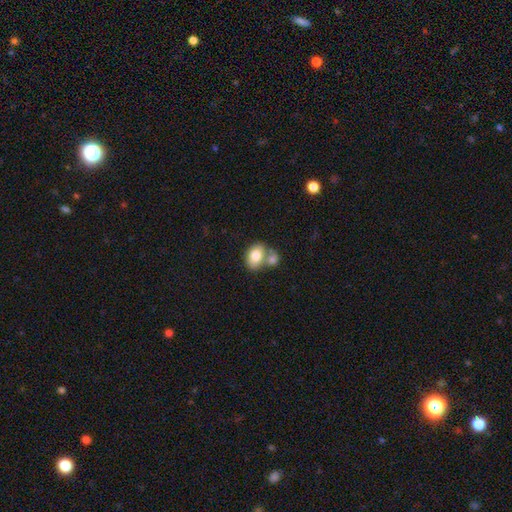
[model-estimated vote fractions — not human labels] This is likely a smooth galaxy (80%). How rounded: likely in between (77%). Merging: possibly merger (47%).